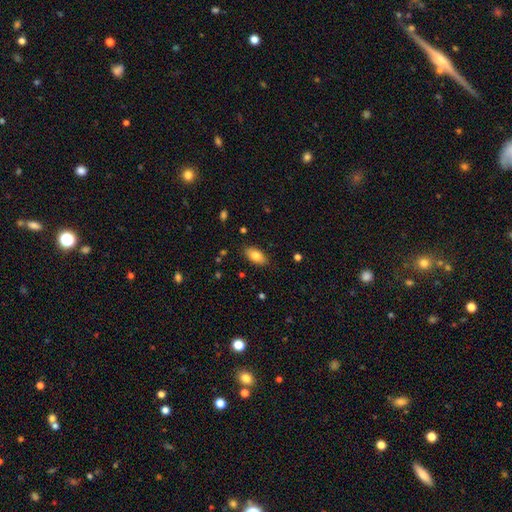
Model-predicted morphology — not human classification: type=smooth (81%); roundness=in between (90%); merging=none (86%).